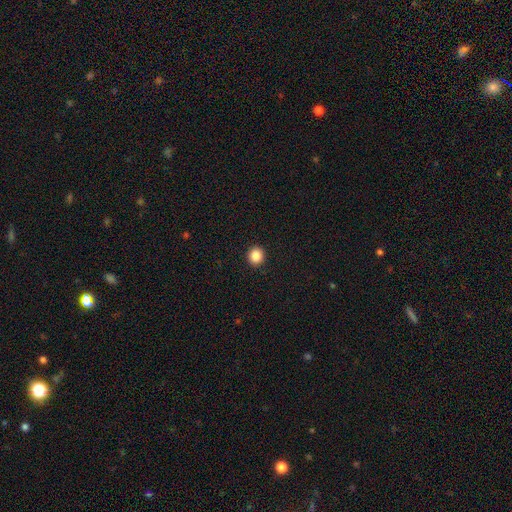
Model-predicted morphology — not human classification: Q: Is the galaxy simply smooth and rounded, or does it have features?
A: smooth — 88%.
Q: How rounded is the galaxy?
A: round — 89%.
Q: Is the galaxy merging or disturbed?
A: none — 93%.